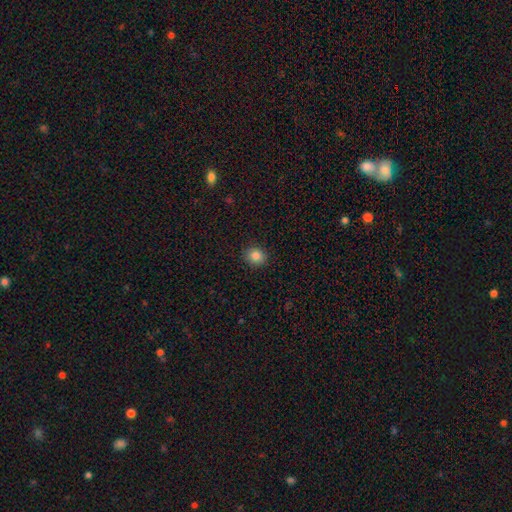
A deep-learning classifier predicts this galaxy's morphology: Smooth or featured? smooth (84%)
How rounded? round (70%)
Merging? none (90%)